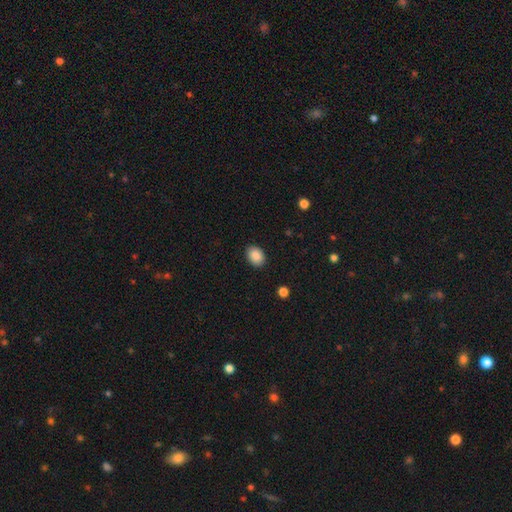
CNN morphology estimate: Smooth or featured? Predicted: smooth (p=0.89). How rounded? Predicted: in between (p=0.70). Merging? Predicted: none (p=0.89).